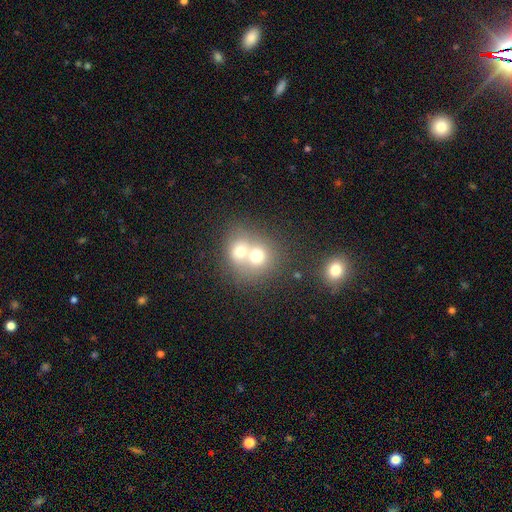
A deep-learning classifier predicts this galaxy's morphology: Smooth or featured?
  - smooth: 67% *
  - featured or disk: 21%
  - star or artifact: 12%
How rounded?
  - round: 75% *
  - in between: 24%
  - cigar-shaped: 1%
Merging?
  - merger: 68% *
  - none: 25%
  - minor disturbance: 5%
  - major disturbance: 3%